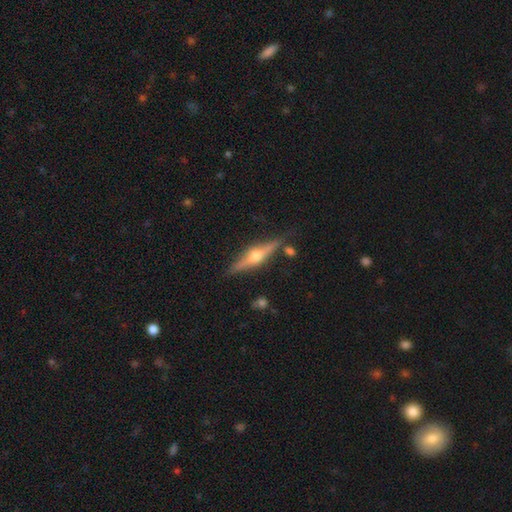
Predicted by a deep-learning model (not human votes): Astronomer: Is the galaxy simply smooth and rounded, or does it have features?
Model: featured or disk — 79%.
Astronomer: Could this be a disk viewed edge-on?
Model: yes — 97%.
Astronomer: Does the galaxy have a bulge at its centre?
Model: rounded — 95%.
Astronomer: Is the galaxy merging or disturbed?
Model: none — 83%.